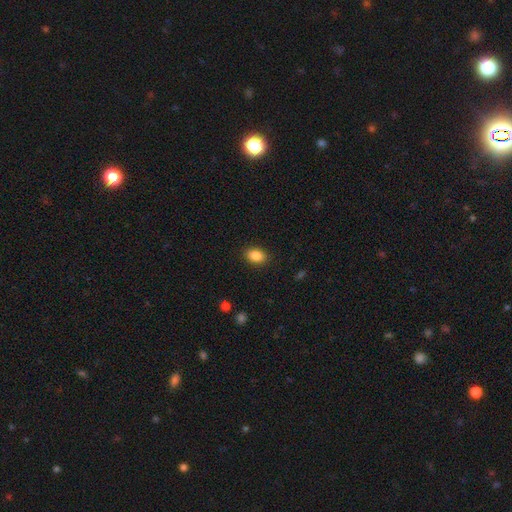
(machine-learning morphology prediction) This appears to be a smooth galaxy with no disk features (87%) that is in between round and cigar-shaped (81%). Merging: none (89%).